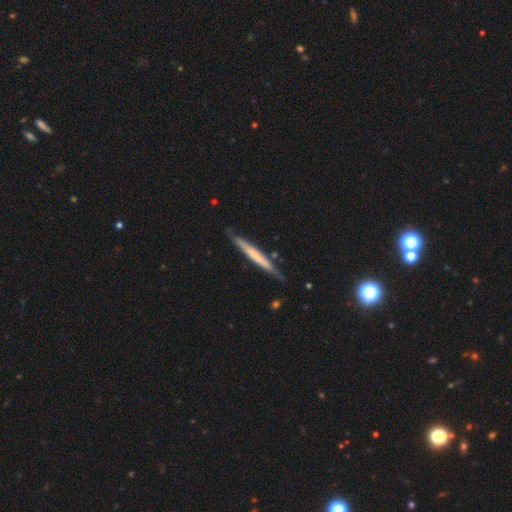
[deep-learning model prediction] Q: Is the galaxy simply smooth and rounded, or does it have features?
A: smooth — 51%.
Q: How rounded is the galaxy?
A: cigar-shaped — 96%.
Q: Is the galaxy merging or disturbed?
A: none — 82%.